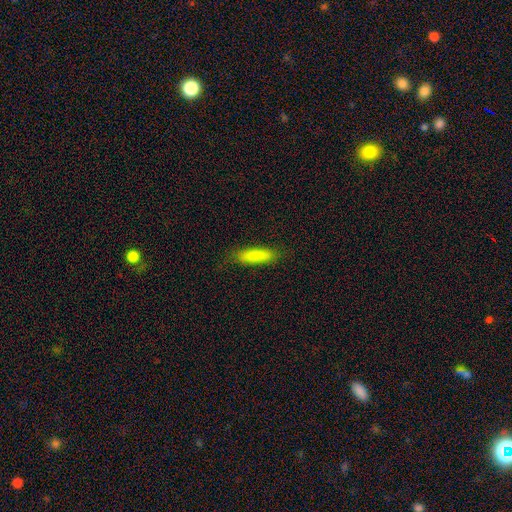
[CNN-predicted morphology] smooth 85%, featured or disk 9%, star or artifact 6%. Down the decision tree: how rounded — cigar-shaped (64%); merging — none (81%).